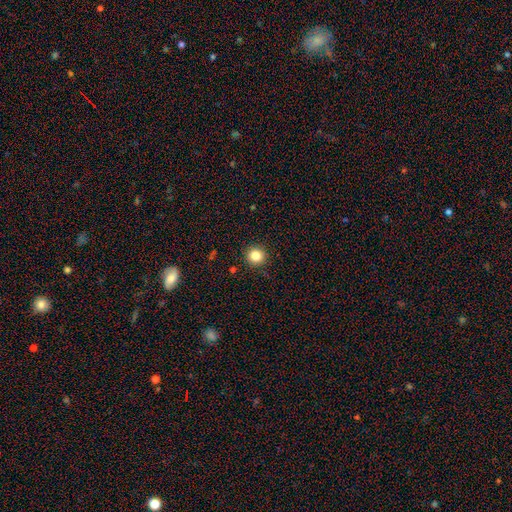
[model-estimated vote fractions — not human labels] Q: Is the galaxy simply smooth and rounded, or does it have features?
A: smooth — 83%.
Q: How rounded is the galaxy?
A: round — 94%.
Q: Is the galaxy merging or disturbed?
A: none — 91%.